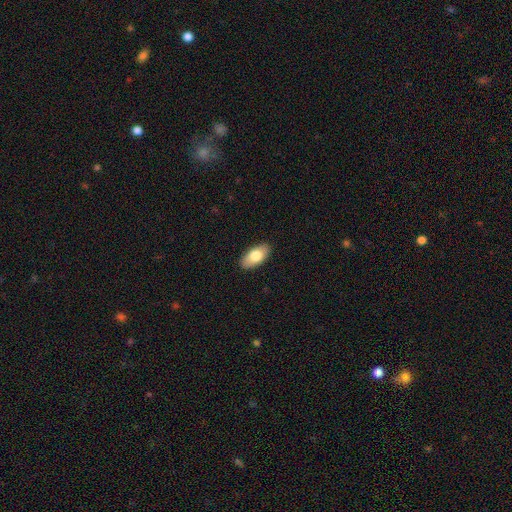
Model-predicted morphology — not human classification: Smooth or featured?
  - smooth: 78% *
  - featured or disk: 16%
  - star or artifact: 6%
How rounded?
  - in between: 93% *
  - cigar-shaped: 4%
  - round: 3%
Merging?
  - none: 89% *
  - minor disturbance: 8%
  - major disturbance: 2%
  - merger: 1%